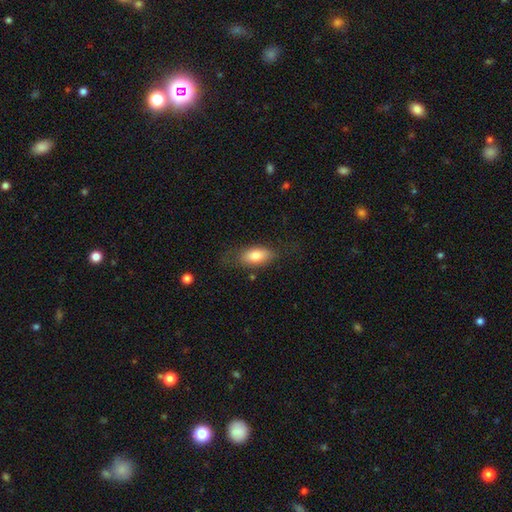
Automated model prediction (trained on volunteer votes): Smooth or featured? smooth (78%)
How rounded? in between (87%)
Merging? none (69%)